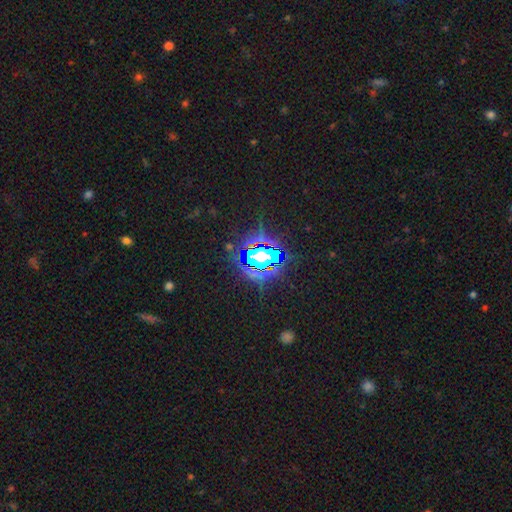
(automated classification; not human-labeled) Q: Smooth or featured?
A: star or artifact (76%); runner-up: smooth (13%)